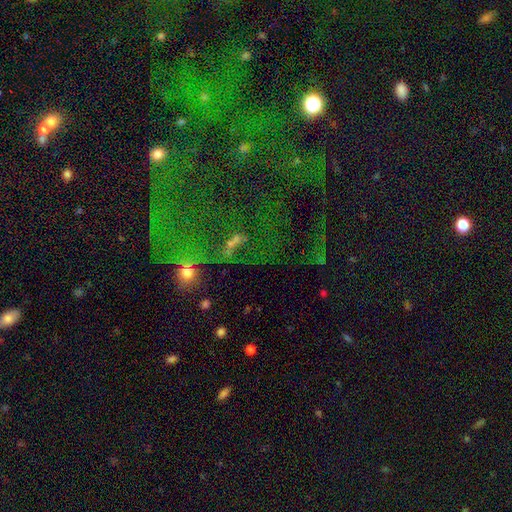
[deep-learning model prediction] Smooth or featured? Predicted: star or artifact (p=0.65).